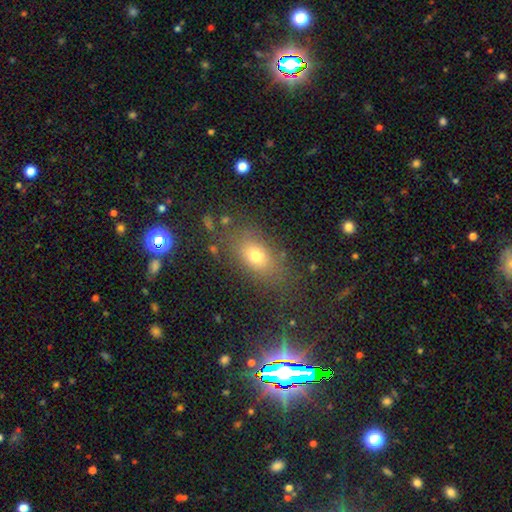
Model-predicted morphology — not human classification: Overall: smooth (70%). How rounded: in between (74%). Merging: none (77%).